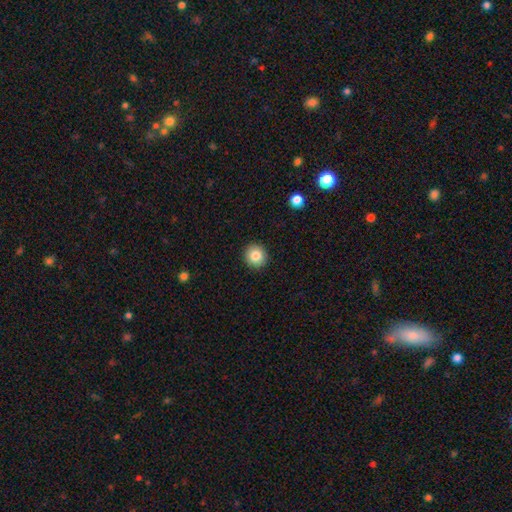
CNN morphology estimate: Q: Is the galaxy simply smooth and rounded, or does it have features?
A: smooth — 84%.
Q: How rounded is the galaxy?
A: round — 90%.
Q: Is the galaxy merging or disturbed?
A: none — 92%.